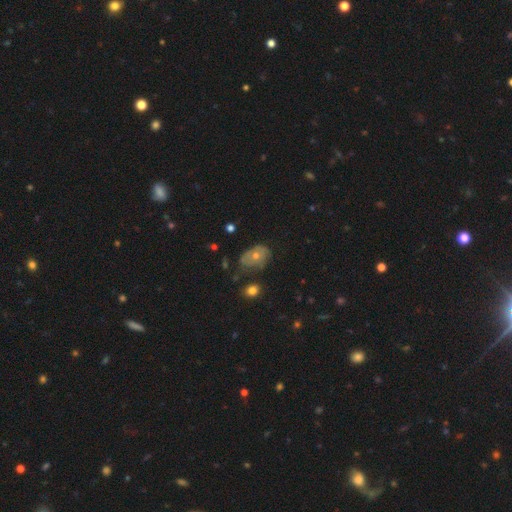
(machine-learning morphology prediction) Smooth or featured?
  - smooth: 44% *
  - featured or disk: 40%
  - star or artifact: 16%
Merging?
  - none: 58% *
  - minor disturbance: 27%
  - major disturbance: 11%
  - merger: 4%